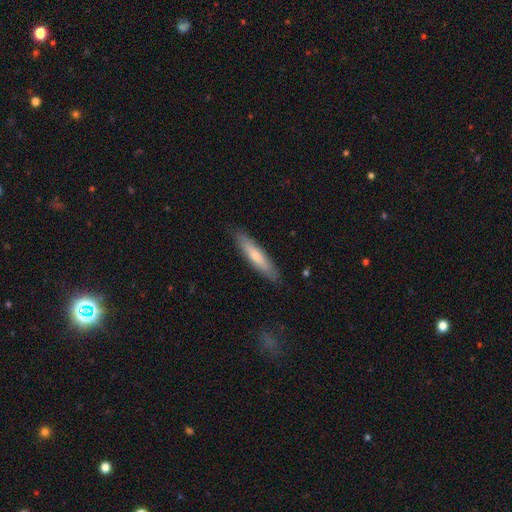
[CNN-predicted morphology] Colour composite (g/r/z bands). It shows a smooth galaxy with no disk features (64%) that is cigar-shaped (84%). Merging: none (87%).